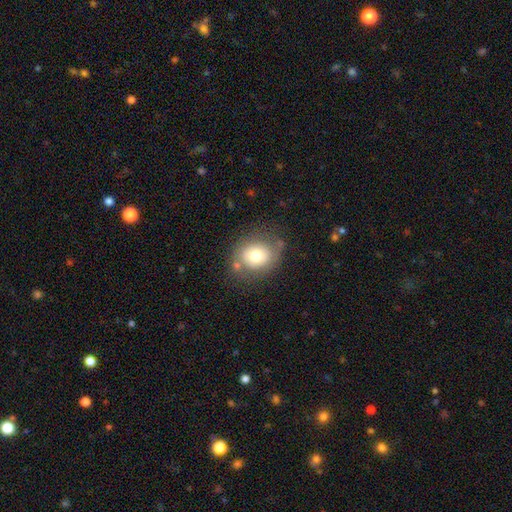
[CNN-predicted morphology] type=smooth (70%); roundness=round (66%); merging=none (70%).